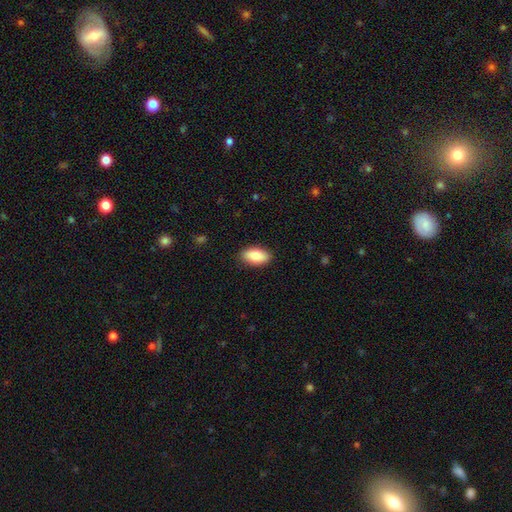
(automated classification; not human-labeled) Morphology: type=smooth (87%); roundness=in between (93%); merging=none (88%).